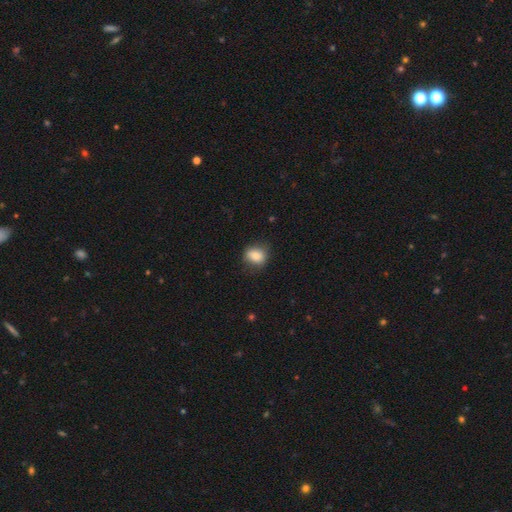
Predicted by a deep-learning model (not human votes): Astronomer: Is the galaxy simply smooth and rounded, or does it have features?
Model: smooth — 83%.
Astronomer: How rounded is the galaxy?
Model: round — 50% (runner-up: in between, 49%).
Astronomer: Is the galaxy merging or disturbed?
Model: none — 75%.